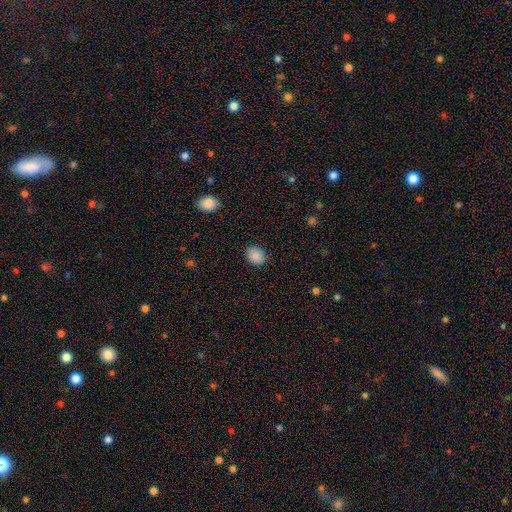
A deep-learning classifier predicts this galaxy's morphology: The model was most divided on "how rounded": round: 59%, in between: 40%, cigar-shaped: 1%. More confident: merging — none (88%); smooth or featured — smooth (88%).